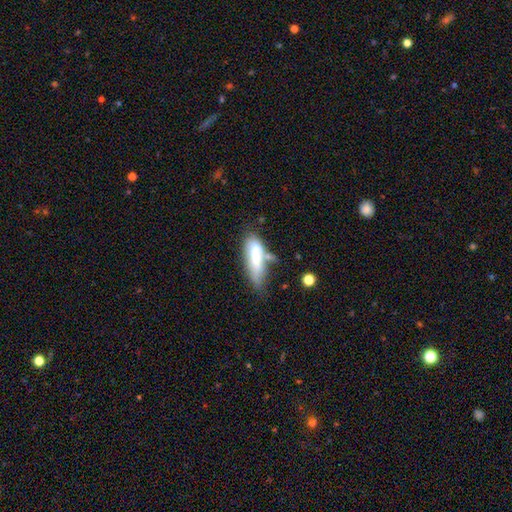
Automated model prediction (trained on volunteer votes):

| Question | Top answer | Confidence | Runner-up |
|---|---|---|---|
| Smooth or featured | smooth | 59% | featured or disk (34%) |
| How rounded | cigar-shaped | 49% | in between (48%) |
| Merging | none | 36% | minor disturbance (26%) |